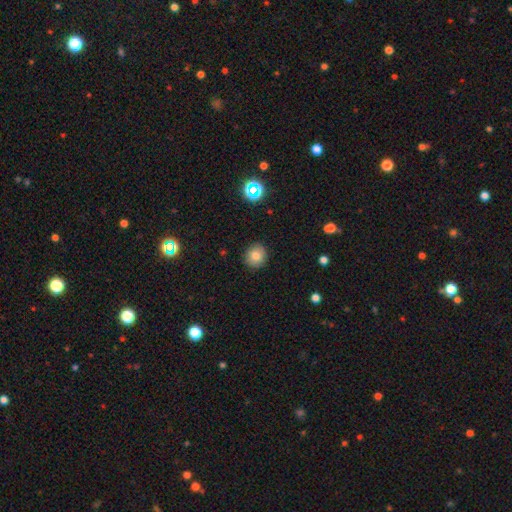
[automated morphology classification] This appears to be a smooth galaxy with no disk features (79%) that is round (84%). Merging: none (89%).